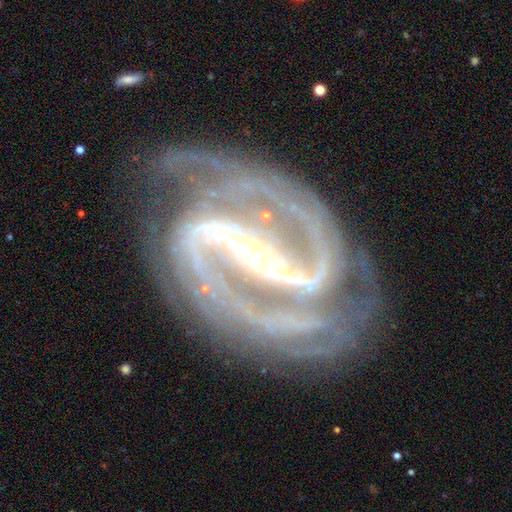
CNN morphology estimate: Q: Smooth or featured?
A: featured or disk (93%); runner-up: star or artifact (5%)
Q: Edge-on disk?
A: no (97%); runner-up: yes (3%)
Q: Bar?
A: strong (80%); runner-up: weak (14%)
Q: Spiral arms?
A: yes (98%); runner-up: no (2%)
Q: Spiral winding?
A: medium (52%); runner-up: tight (34%)
Q: Spiral arm count?
A: 2 (71%); runner-up: 3 (9%)
Q: Bulge size?
A: small (76%); runner-up: moderate (19%)
Q: Merging?
A: none (59%); runner-up: minor disturbance (19%)